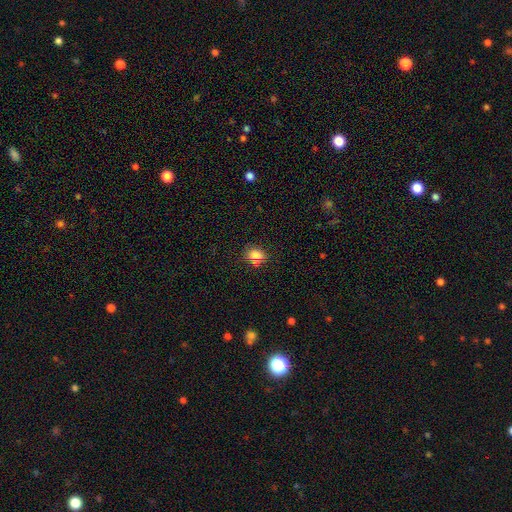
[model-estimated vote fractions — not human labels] Morphology: type=smooth (74%); roundness=round (59%); merging=none (78%).